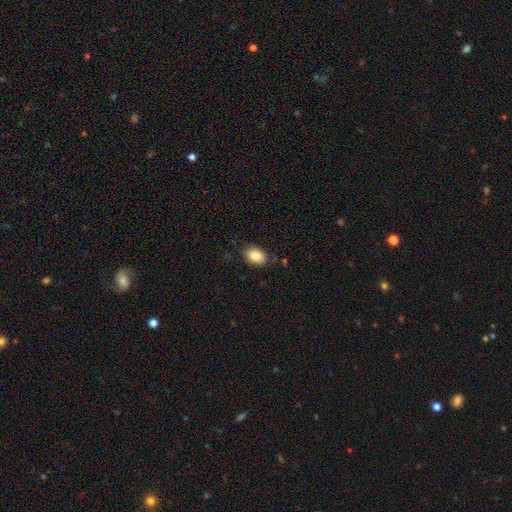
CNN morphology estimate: A smooth galaxy with no disk features (85%) that is in between round and cigar-shaped (87%).

Vote fractions:
- Smooth or featured? smooth: 85% / featured or disk: 8% / star or artifact: 7%
- How rounded? in between: 87% / round: 11% / cigar-shaped: 1%
- Merging? none: 84% / minor disturbance: 12% / major disturbance: 2% / merger: 1%